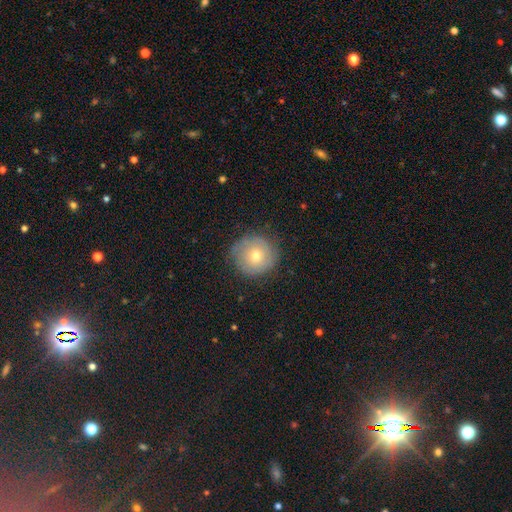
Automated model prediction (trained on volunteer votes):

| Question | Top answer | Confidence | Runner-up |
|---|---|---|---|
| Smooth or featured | smooth | 57% | featured or disk (34%) |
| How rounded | round | 93% | in between (6%) |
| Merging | none | 79% | minor disturbance (16%) |